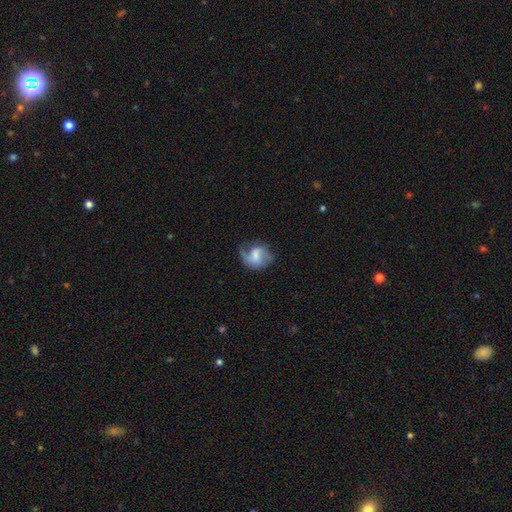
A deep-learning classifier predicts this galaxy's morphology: Overall: featured or disk (53%; smooth 39%). Edge-on disk: no (97%). Bar: weak (47%; no 37%). Spiral arms: yes (82%). Bulge size: moderate (34%; small 25%). Merging: none (48%; minor disturbance 27%).